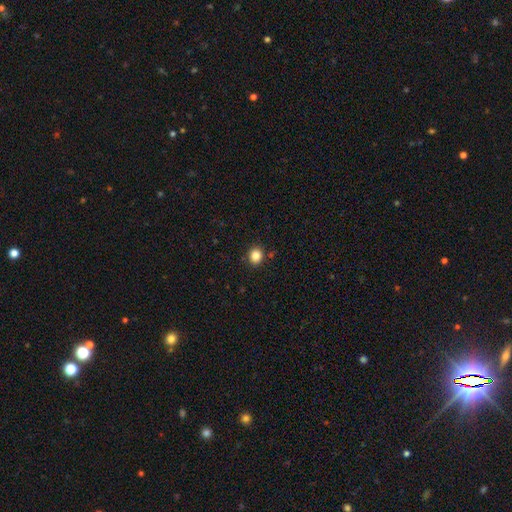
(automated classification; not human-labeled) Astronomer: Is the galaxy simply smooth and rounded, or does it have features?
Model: smooth — 84%.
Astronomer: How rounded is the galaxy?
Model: round — 73%.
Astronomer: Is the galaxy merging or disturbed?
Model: none — 88%.